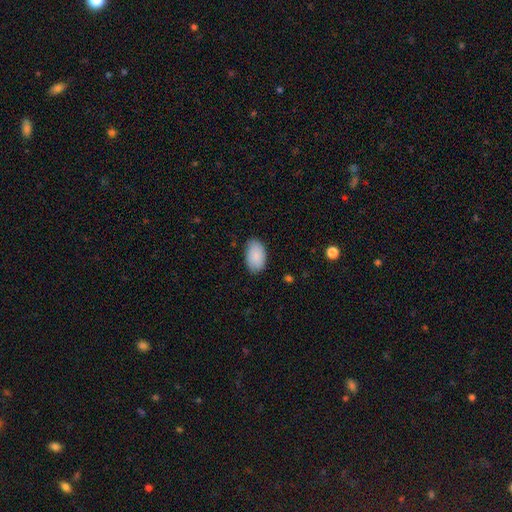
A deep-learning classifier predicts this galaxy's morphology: A smooth galaxy with no disk features (89%) that is in between round and cigar-shaped (94%).

Vote fractions:
- Smooth or featured? smooth: 89% / star or artifact: 6% / featured or disk: 5%
- How rounded? in between: 94% / round: 5% / cigar-shaped: 1%
- Merging? none: 83% / minor disturbance: 14% / major disturbance: 3% / merger: 1%